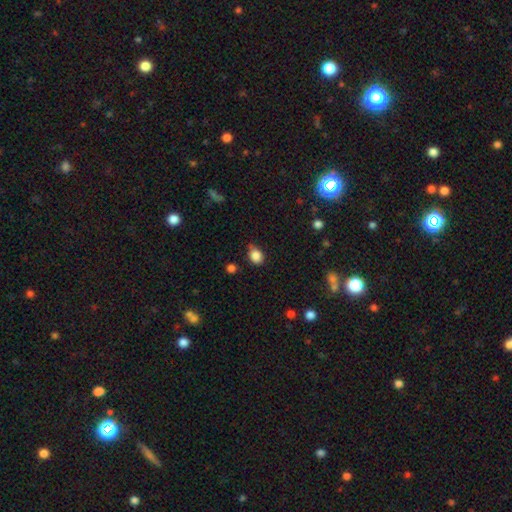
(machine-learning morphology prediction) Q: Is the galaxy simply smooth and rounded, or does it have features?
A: smooth — 86%.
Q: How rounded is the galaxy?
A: in between — 50%.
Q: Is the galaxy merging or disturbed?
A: none — 64%.